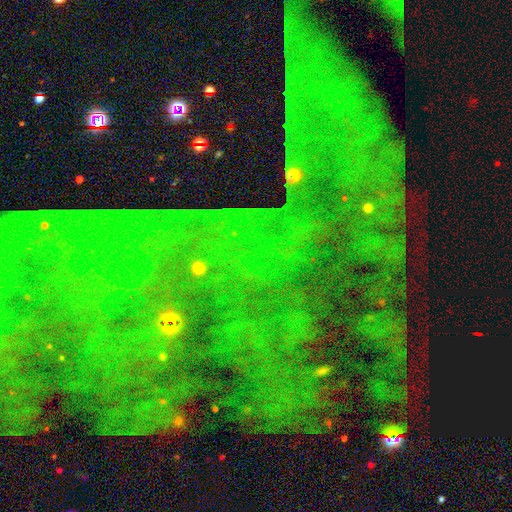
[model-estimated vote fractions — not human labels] Q: Smooth or featured?
A: star or artifact (83%); runner-up: featured or disk (9%)